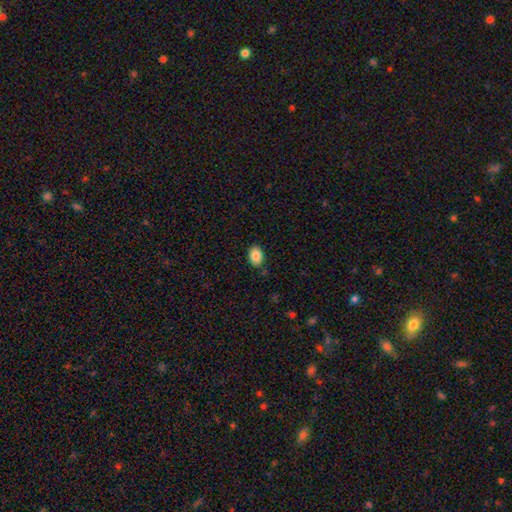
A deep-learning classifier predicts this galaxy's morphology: smooth-or-featured: smooth: 87% | star or artifact: 8% | featured or disk: 5%
  how-rounded: in between: 80% | round: 19% | cigar-shaped: 1%
  merging: none: 85% | minor disturbance: 11% | major disturbance: 2% | merger: 2%